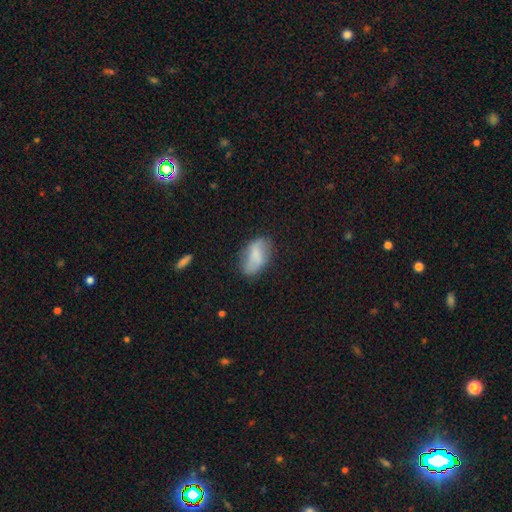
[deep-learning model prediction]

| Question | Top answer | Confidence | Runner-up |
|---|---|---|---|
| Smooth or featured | smooth | 68% | featured or disk (25%) |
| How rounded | in between | 91% | round (5%) |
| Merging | none | 65% | minor disturbance (25%) |